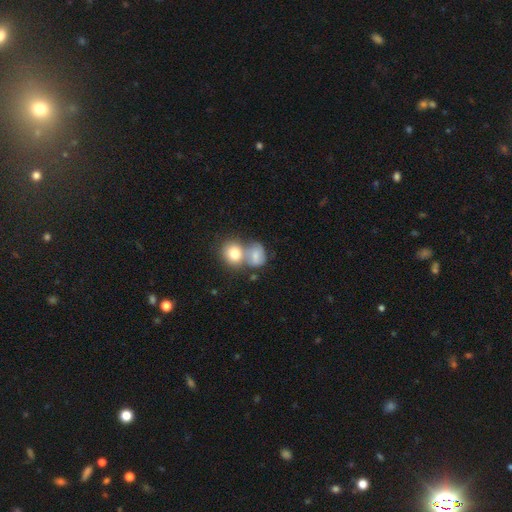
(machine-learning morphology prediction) Smooth or featured? Predicted: smooth (p=0.68). How rounded? Predicted: round (p=0.54). Merging? Predicted: merger (p=0.55).